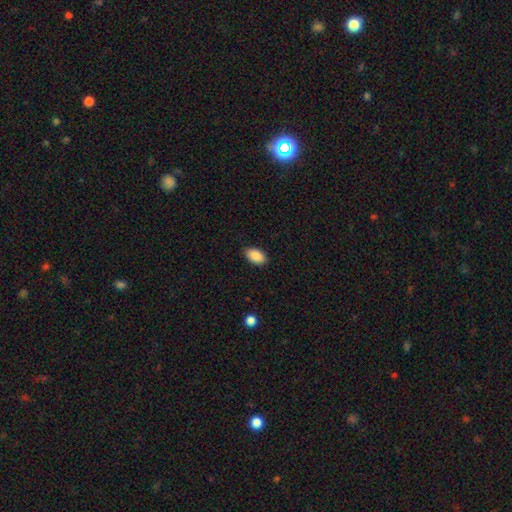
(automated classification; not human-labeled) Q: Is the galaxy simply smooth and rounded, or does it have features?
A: smooth — 89%.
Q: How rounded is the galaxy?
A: in between — 93%.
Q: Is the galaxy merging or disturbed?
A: none — 84%.